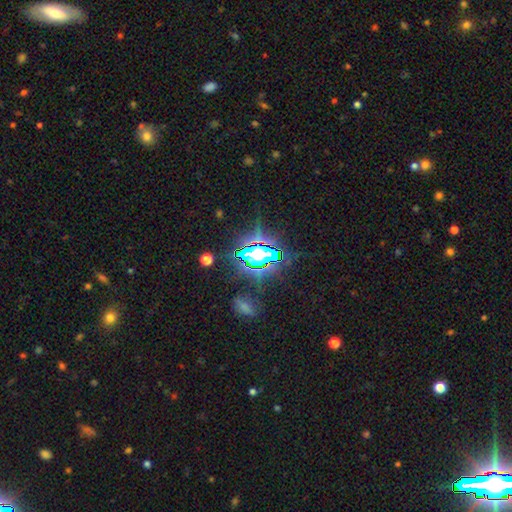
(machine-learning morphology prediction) Q: Smooth or featured?
A: star or artifact (80%); runner-up: smooth (12%)